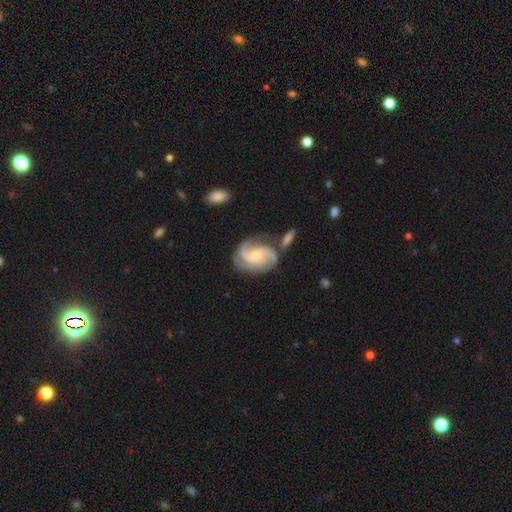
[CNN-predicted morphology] Overall: featured or disk (88%). Edge-on disk: no (98%). Bar: no (58%; weak 35%). Spiral arms: yes (98%). Spiral arm count: 3 (44%; 2 34%). Spiral winding: medium (50%; tight 35%). Bulge size: small (54%; moderate 32%). Merging: none (63%).